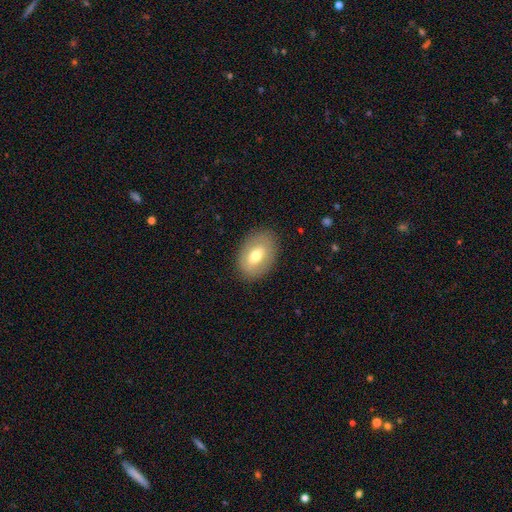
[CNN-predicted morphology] A smooth galaxy with no disk features (62%) that is in between round and cigar-shaped (82%).

Vote fractions:
- Smooth or featured? smooth: 62% / featured or disk: 30% / star or artifact: 8%
- How rounded? in between: 82% / round: 17% / cigar-shaped: 1%
- Merging? none: 85% / minor disturbance: 11% / major disturbance: 4% / merger: 1%